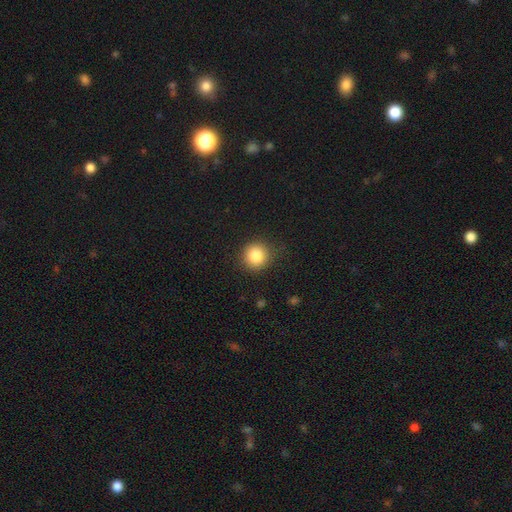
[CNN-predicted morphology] This is clearly a smooth galaxy (84%). How rounded: clearly round (92%). Merging: clearly none (87%).